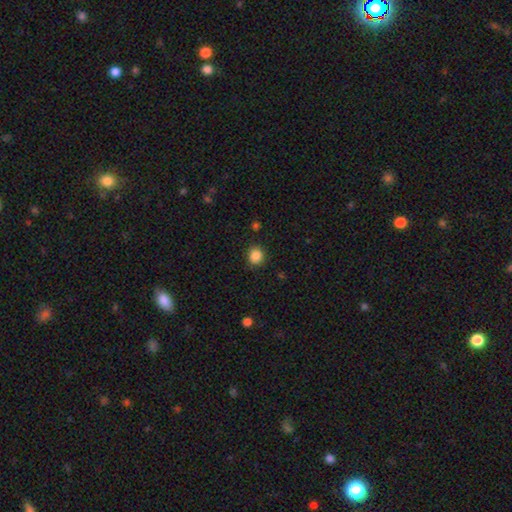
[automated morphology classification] Smooth or featured?
  - smooth: 87% *
  - star or artifact: 10%
  - featured or disk: 3%
How rounded?
  - round: 84% *
  - in between: 15%
  - cigar-shaped: 1%
Merging?
  - none: 89% *
  - minor disturbance: 7%
  - major disturbance: 2%
  - merger: 1%